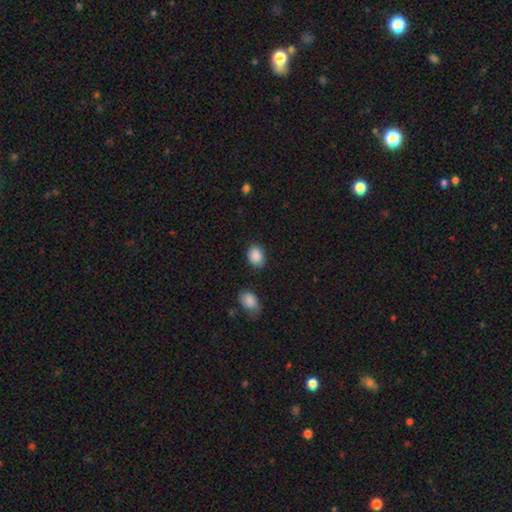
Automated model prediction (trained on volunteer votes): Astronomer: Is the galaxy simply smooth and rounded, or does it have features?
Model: smooth — 88%.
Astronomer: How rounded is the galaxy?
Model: in between — 68%.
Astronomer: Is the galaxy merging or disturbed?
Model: none — 78%.